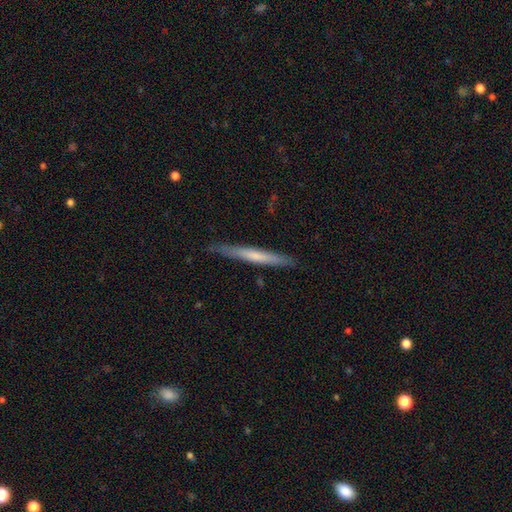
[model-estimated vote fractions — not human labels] smooth_or_featured: smooth (p=0.53) [alt: featured or disk p=0.42]
how_rounded: cigar-shaped (p=0.96) [alt: in between p=0.03]
merging: none (p=0.87) [alt: minor disturbance p=0.10]